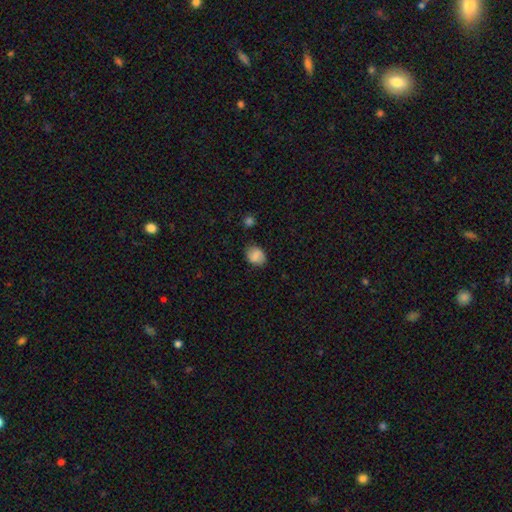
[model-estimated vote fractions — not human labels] Smooth or featured? smooth (80%)
How rounded? in between (50%)
Merging? none (79%)